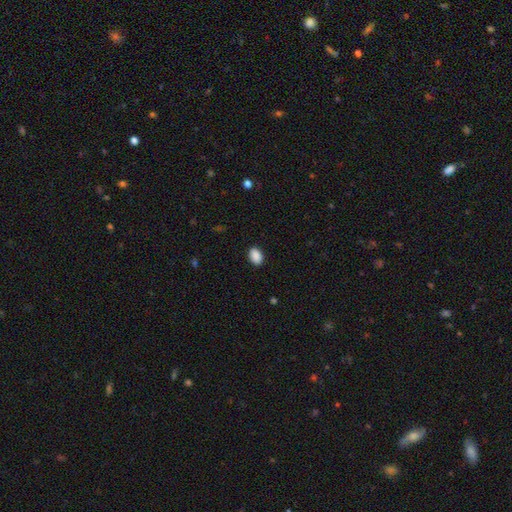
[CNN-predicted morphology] A smooth galaxy with no disk features (90%) that is in between round and cigar-shaped (85%).

Vote fractions:
- Smooth or featured? smooth: 90% / star or artifact: 7% / featured or disk: 3%
- How rounded? in between: 85% / round: 14% / cigar-shaped: 1%
- Merging? none: 88% / minor disturbance: 9% / major disturbance: 2% / merger: 1%